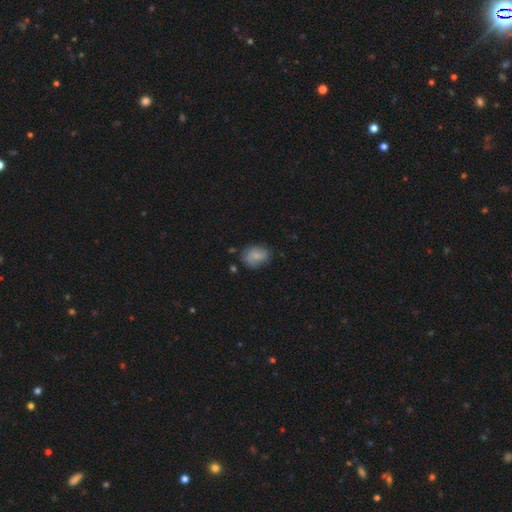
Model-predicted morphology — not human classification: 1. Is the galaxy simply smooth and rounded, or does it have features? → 75% smooth, 17% featured or disk, 8% star or artifact.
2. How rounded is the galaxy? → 60% in between, 38% round, 1% cigar-shaped.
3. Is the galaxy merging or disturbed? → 69% none, 23% minor disturbance, 6% major disturbance, 3% merger.